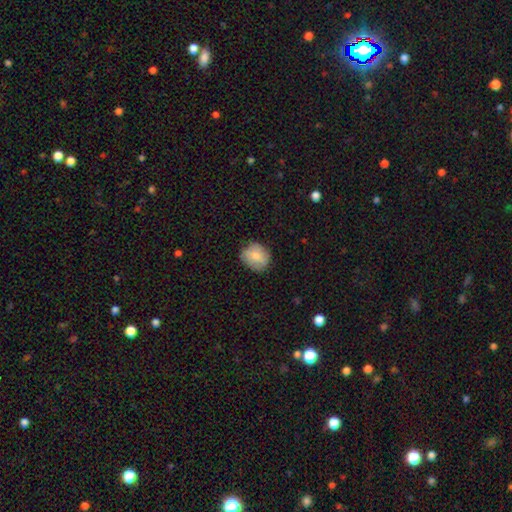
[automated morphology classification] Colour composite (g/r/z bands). It shows a smooth galaxy with no disk features (78%) that is round (74%). Merging: none (76%).